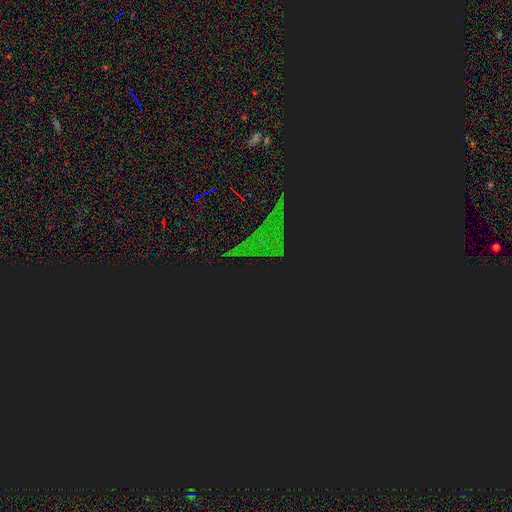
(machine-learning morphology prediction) This is clearly a star or artifact rather than a galaxy (81%).